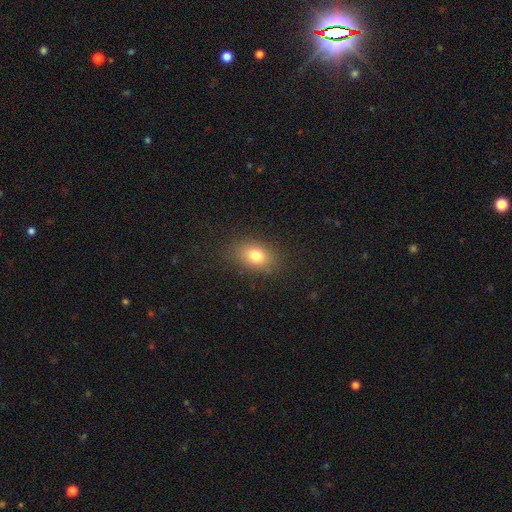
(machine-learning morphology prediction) A smooth galaxy with no disk features (78%) that is in between round and cigar-shaped (73%). Merging: none (82%).